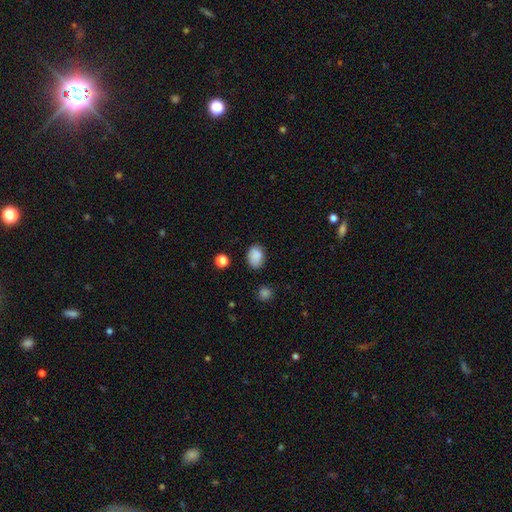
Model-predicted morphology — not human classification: This is clearly a smooth galaxy (86%). How rounded: likely in between (80%). Merging: likely none (76%).